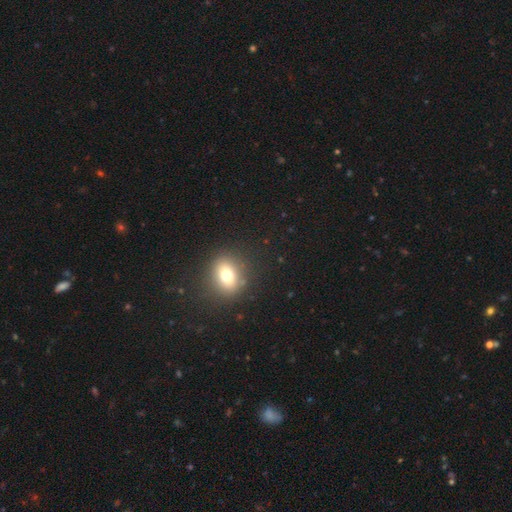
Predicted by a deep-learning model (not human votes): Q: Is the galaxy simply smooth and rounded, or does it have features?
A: smooth — 61%.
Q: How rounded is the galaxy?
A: round — 67%.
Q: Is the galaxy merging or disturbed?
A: none — 89%.